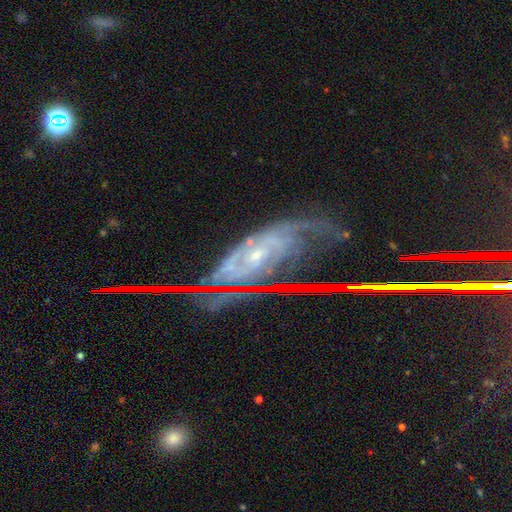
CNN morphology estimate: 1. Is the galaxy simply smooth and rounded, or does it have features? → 83% featured or disk, 11% star or artifact, 7% smooth.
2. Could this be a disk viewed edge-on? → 90% no, 10% yes.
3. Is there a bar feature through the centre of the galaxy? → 59% no, 29% weak, 12% strong.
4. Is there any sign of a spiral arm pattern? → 95% yes, 5% no.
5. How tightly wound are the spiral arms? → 55% tight, 34% medium, 11% loose.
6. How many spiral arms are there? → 34% 2, 29% can't tell, 16% 3, 8% 4, 7% 1, 6% more than 4.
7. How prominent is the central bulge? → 76% small, 19% moderate, 2% none, 1% large, 1% dominant.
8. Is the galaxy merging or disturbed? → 59% none, 22% minor disturbance, 16% major disturbance, 4% merger.